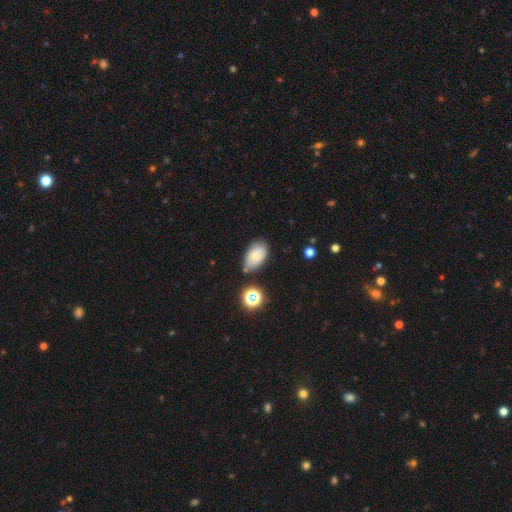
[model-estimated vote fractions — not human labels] smooth_or_featured: smooth (p=0.75) [alt: featured or disk p=0.14]
how_rounded: in between (p=0.91) [alt: round p=0.07]
merging: none (p=0.65) [alt: minor disturbance p=0.24]